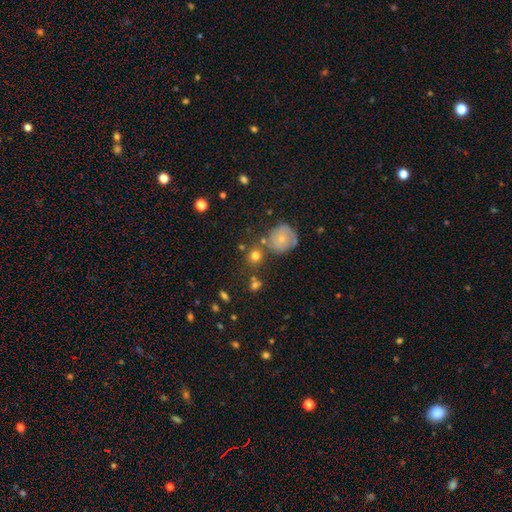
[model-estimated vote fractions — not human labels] Smooth or featured? smooth (62%)
How rounded? round (88%)
Merging? none (71%)